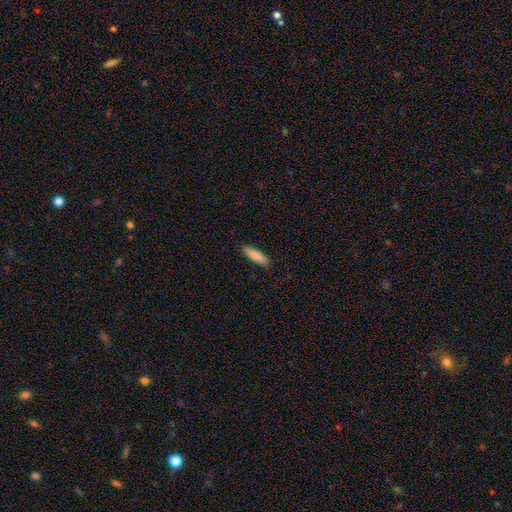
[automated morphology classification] Smooth or featured?
  - smooth: 86% *
  - featured or disk: 8%
  - star or artifact: 6%
How rounded?
  - cigar-shaped: 66% *
  - in between: 33%
  - round: 1%
Merging?
  - none: 87% *
  - minor disturbance: 10%
  - major disturbance: 2%
  - merger: 1%